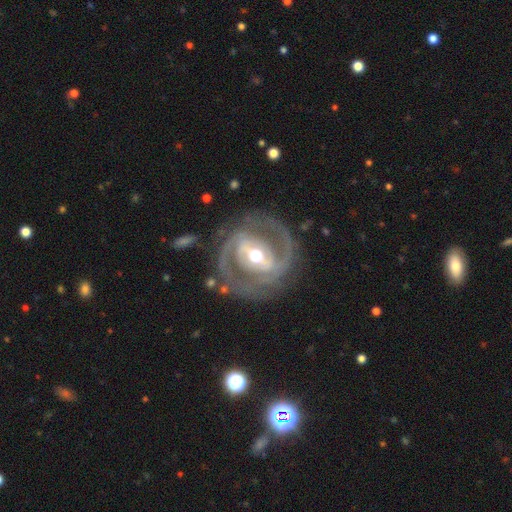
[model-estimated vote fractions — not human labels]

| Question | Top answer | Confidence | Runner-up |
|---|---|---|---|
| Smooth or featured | featured or disk | 86% | smooth (10%) |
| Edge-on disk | no | 96% | yes (4%) |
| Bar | strong | 51% | weak (33%) |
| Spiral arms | yes | 83% | no (17%) |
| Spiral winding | tight | 43% | medium (42%) |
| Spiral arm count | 2 | 80% | can't tell (8%) |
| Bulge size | moderate | 71% | small (16%) |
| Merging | none | 76% | minor disturbance (13%) |